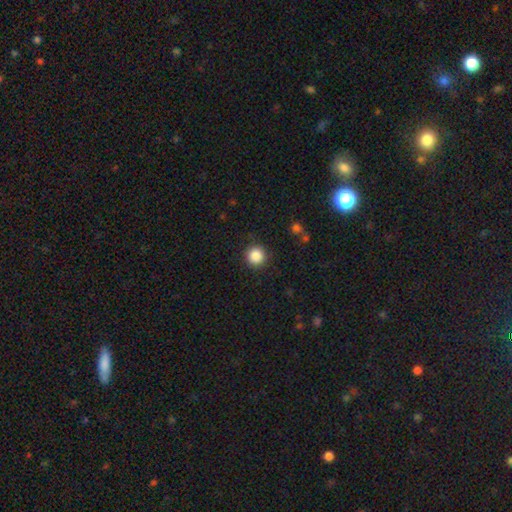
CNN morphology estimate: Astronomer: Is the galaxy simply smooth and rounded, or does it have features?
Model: smooth — 86%.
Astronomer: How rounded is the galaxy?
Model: round — 95%.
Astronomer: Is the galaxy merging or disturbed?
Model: none — 90%.